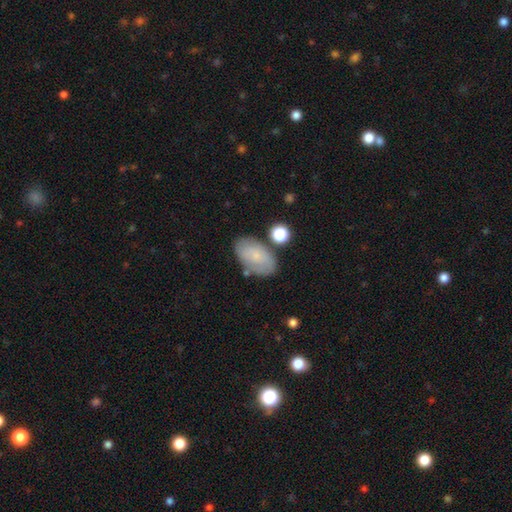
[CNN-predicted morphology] Q: Smooth or featured?
A: smooth (65%); runner-up: featured or disk (27%)
Q: How rounded?
A: in between (92%); runner-up: round (6%)
Q: Merging?
A: none (71%); runner-up: minor disturbance (18%)